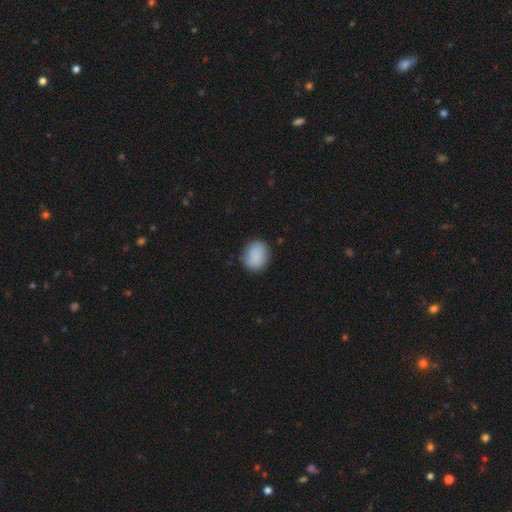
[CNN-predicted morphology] The model was most divided on "how rounded": round: 63%, in between: 36%, cigar-shaped: 1%. More confident: smooth or featured — smooth (88%); merging — none (81%).